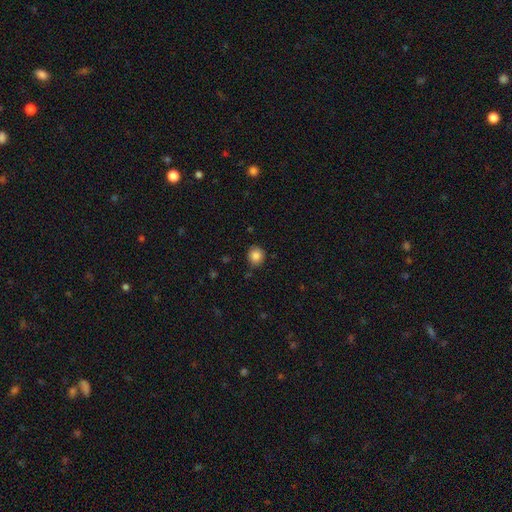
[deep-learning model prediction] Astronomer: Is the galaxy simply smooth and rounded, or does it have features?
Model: smooth — 85%.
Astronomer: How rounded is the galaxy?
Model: round — 84%.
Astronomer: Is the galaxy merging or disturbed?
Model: none — 84%.